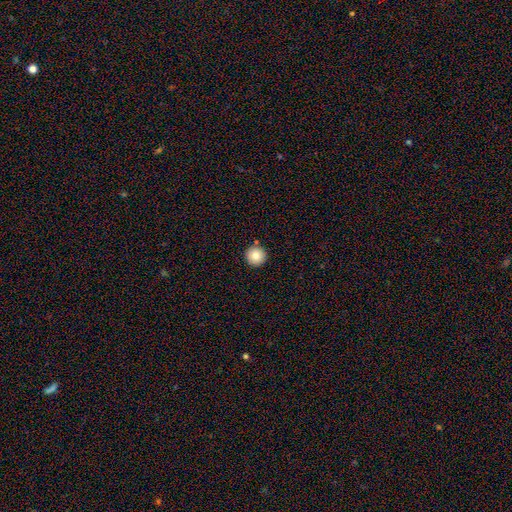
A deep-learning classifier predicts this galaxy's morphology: Overall: smooth (84%). How rounded: round (96%). Merging: none (89%).